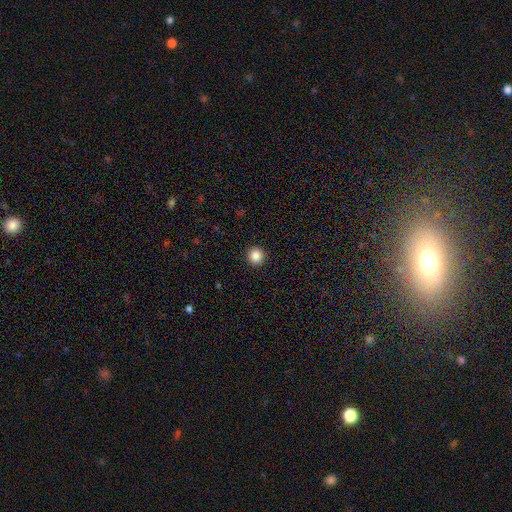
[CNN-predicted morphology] Overall: smooth (86%). How rounded: round (94%). Merging: none (93%).